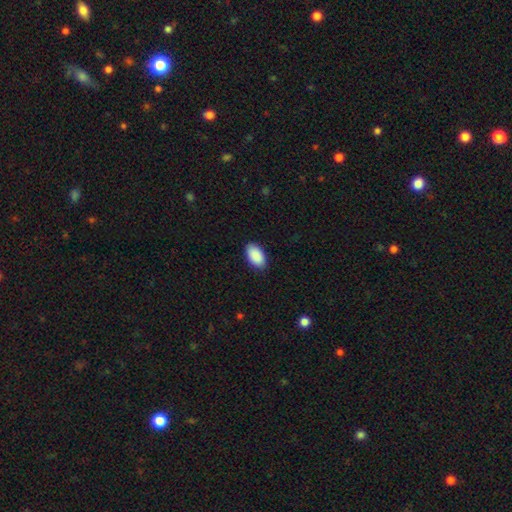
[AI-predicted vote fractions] smooth-or-featured: smooth: 91% | star or artifact: 6% | featured or disk: 3%
  how-rounded: in between: 95% | round: 4% | cigar-shaped: 1%
  merging: none: 88% | minor disturbance: 9% | major disturbance: 2% | merger: 1%